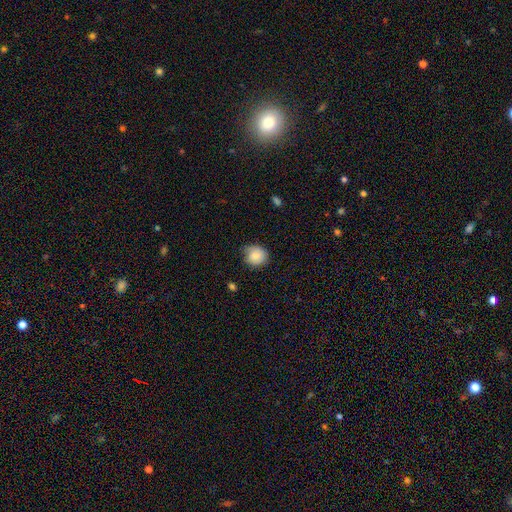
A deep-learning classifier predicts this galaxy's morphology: A smooth galaxy with no disk features (79%) that is round (77%). Merging: none (66%).